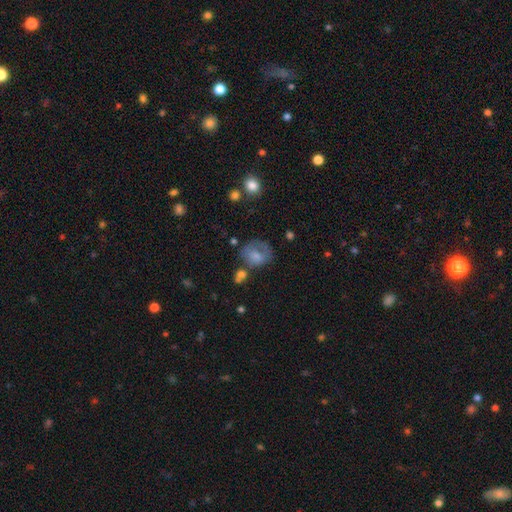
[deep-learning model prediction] This is likely a smooth galaxy (66%). How rounded: possibly round (58%). Merging: marginally none (40%).